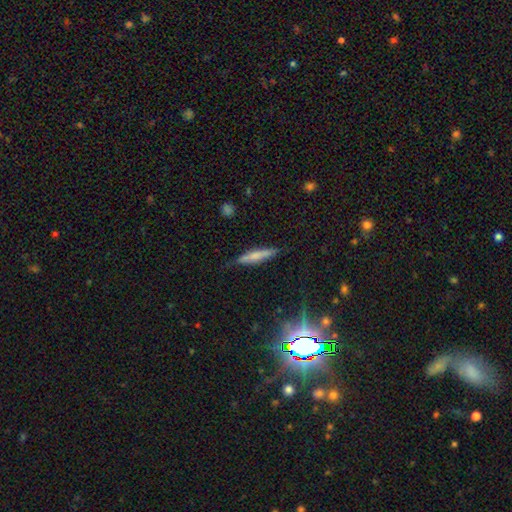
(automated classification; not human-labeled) Smooth or featured?
  - smooth: 61% *
  - featured or disk: 29%
  - star or artifact: 10%
How rounded?
  - cigar-shaped: 86% *
  - in between: 12%
  - round: 2%
Merging?
  - none: 79% *
  - minor disturbance: 16%
  - major disturbance: 3%
  - merger: 2%